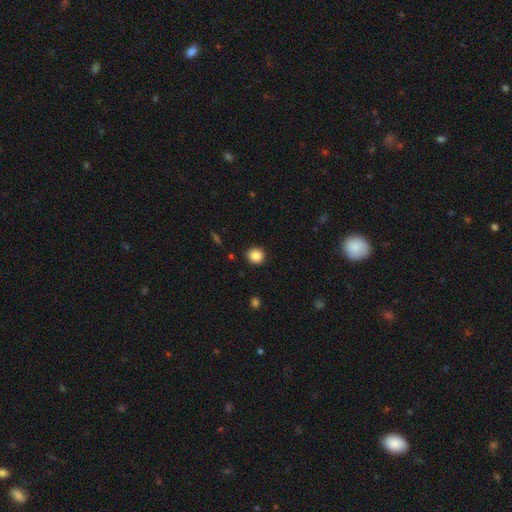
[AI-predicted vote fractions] Smooth or featured? Predicted: smooth (p=0.87). How rounded? Predicted: round (p=0.90). Merging? Predicted: none (p=0.89).